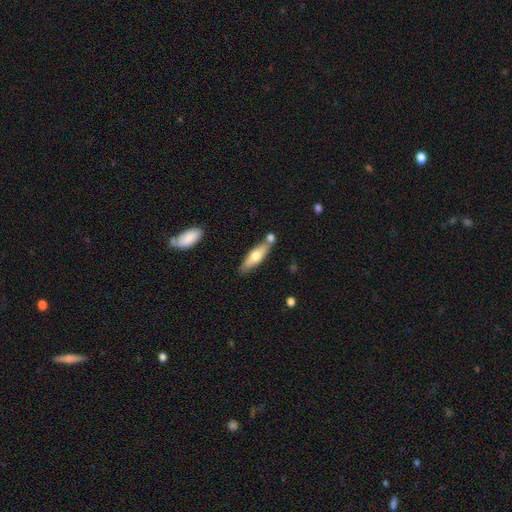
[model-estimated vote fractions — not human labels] The model was most divided on "how rounded": cigar-shaped: 60%, in between: 38%, round: 2%. More confident: merging — none (65%); smooth or featured — smooth (60%).